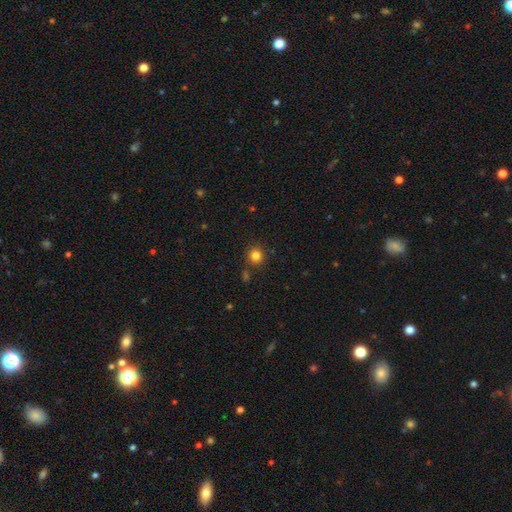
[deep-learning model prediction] smooth-or-featured: smooth: 82% | star or artifact: 13% | featured or disk: 5%
  how-rounded: round: 91% | in between: 8% | cigar-shaped: 1%
  merging: none: 84% | minor disturbance: 8% | merger: 5% | major disturbance: 3%